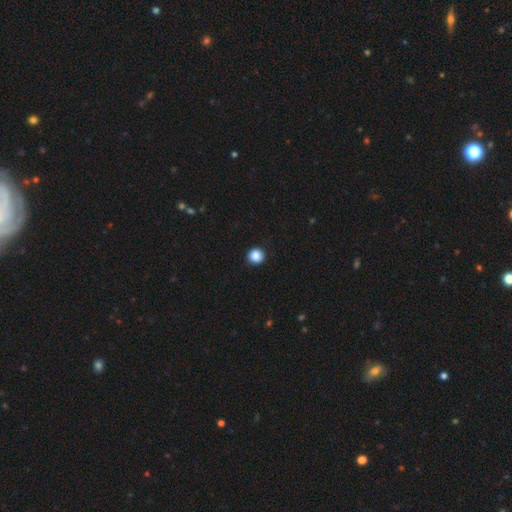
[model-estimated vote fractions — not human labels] Q: Smooth or featured?
A: smooth (87%); runner-up: star or artifact (10%)
Q: How rounded?
A: round (94%); runner-up: in between (5%)
Q: Merging?
A: none (93%); runner-up: minor disturbance (5%)